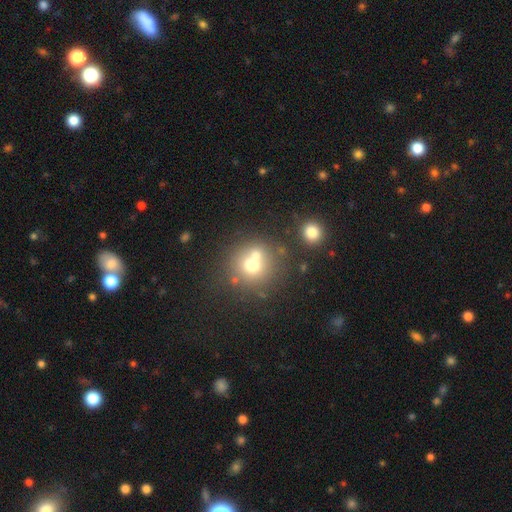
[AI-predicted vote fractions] Smooth or featured? smooth (67%)
How rounded? round (89%)
Merging? none (51%)